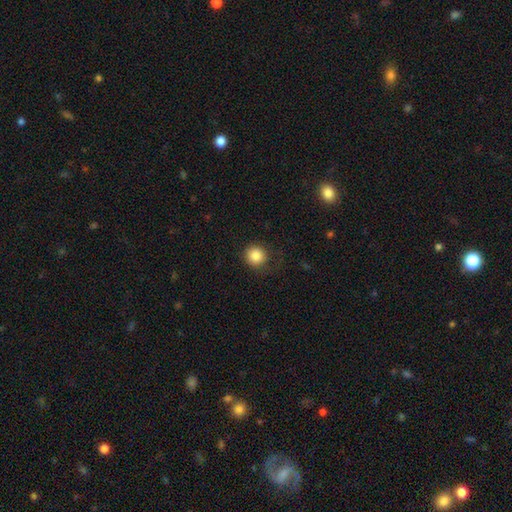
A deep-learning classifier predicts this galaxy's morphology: Q: Smooth or featured?
A: smooth (85%); runner-up: star or artifact (10%)
Q: How rounded?
A: round (91%); runner-up: in between (8%)
Q: Merging?
A: none (80%); runner-up: minor disturbance (13%)